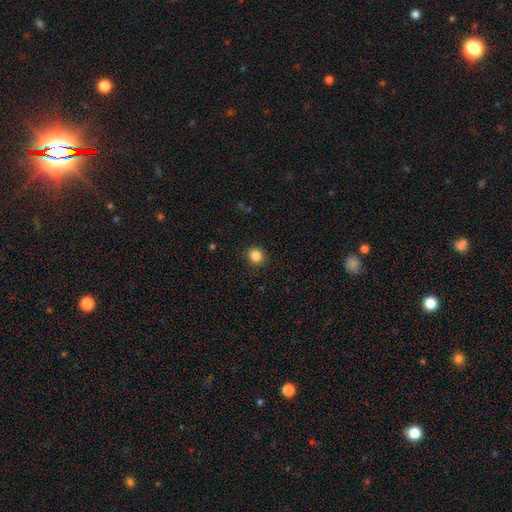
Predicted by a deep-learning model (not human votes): Overall: smooth (85%). How rounded: round (87%). Merging: none (90%).